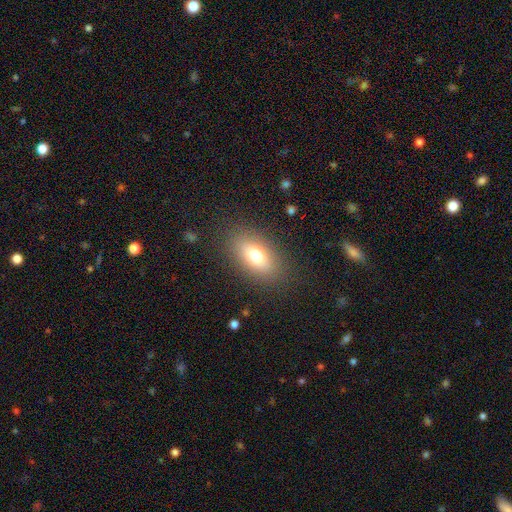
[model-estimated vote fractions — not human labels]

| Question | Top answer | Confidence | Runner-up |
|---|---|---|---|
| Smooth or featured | smooth | 71% | featured or disk (19%) |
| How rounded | in between | 87% | round (8%) |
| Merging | none | 85% | minor disturbance (10%) |